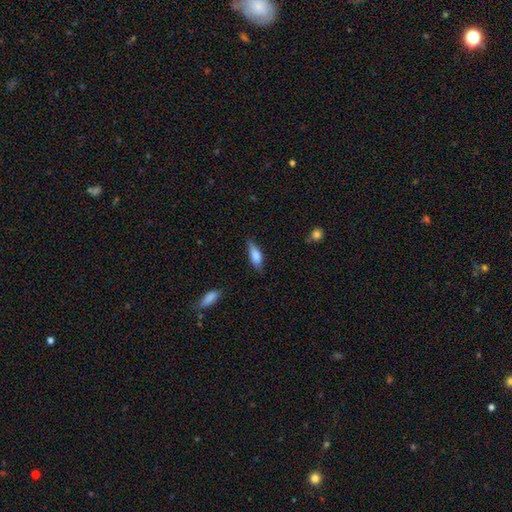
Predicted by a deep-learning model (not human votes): A smooth galaxy with no disk features (79%) that is in between round and cigar-shaped (64%).

Vote fractions:
- Smooth or featured? smooth: 79% / featured or disk: 14% / star or artifact: 7%
- How rounded? in between: 64% / cigar-shaped: 34% / round: 2%
- Merging? none: 73% / minor disturbance: 21% / major disturbance: 4% / merger: 2%